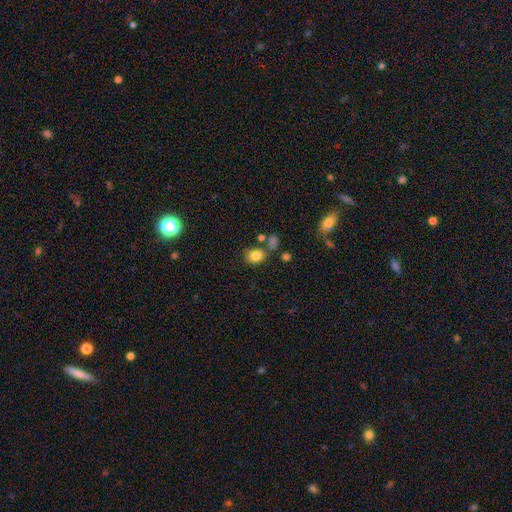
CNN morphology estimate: This is clearly a smooth galaxy (82%). How rounded: possibly in between (52%). Merging: likely none (68%).